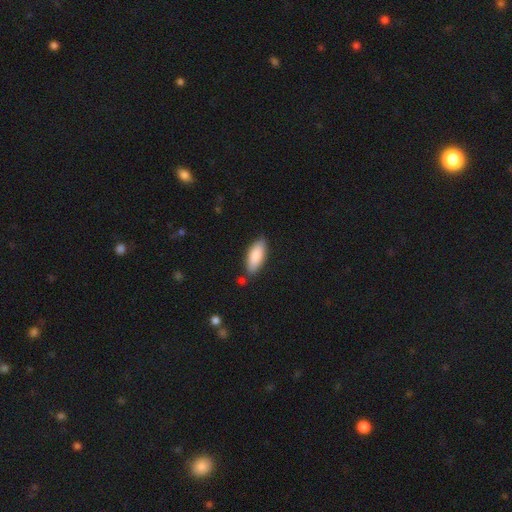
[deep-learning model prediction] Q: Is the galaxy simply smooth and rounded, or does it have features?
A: smooth — 85%.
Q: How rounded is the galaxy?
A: in between — 77%.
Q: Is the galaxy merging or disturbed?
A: none — 78%.